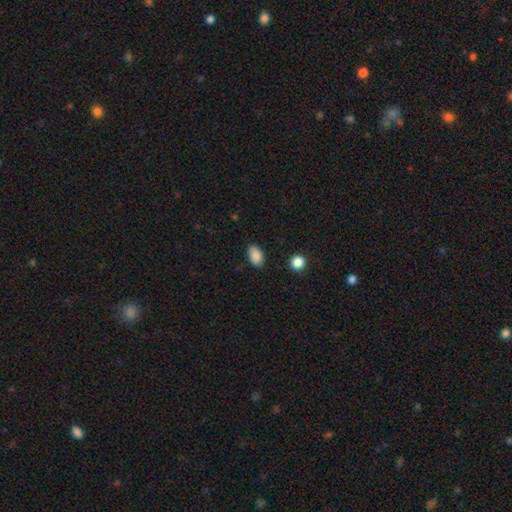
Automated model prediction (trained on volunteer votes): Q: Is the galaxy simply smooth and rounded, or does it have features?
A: smooth — 88%.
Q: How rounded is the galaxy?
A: in between — 89%.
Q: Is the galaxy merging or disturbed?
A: none — 81%.